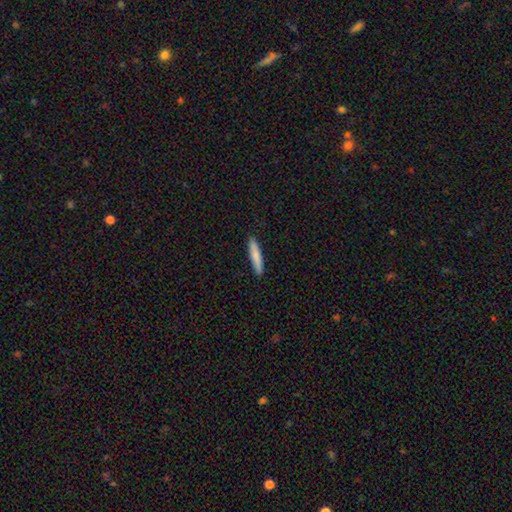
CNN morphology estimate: Smooth or featured? Predicted: smooth (p=0.82). How rounded? Predicted: cigar-shaped (p=0.90). Merging? Predicted: none (p=0.90).